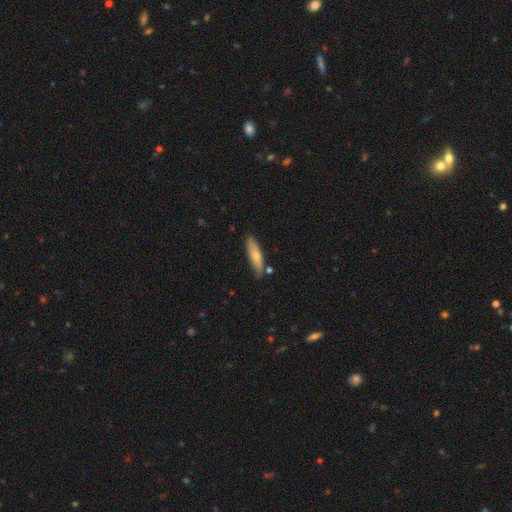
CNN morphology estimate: Smooth or featured? Predicted: smooth (p=0.72). How rounded? Predicted: cigar-shaped (p=0.64). Merging? Predicted: none (p=0.74).